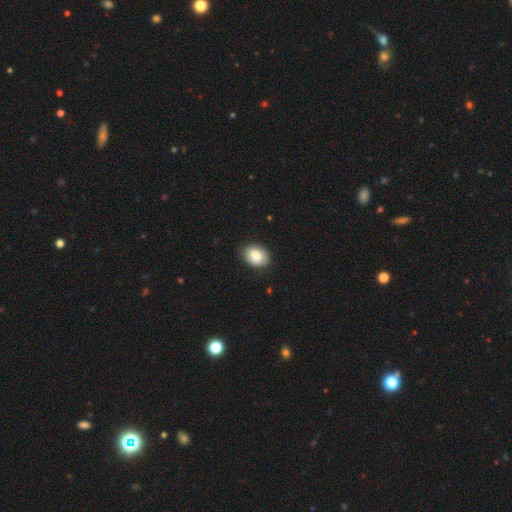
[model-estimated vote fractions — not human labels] Smooth or featured: smooth — 80% (featured or disk — 13%)
How rounded: in between — 56% (round — 43%)
Merging: none — 84% (minor disturbance — 13%)